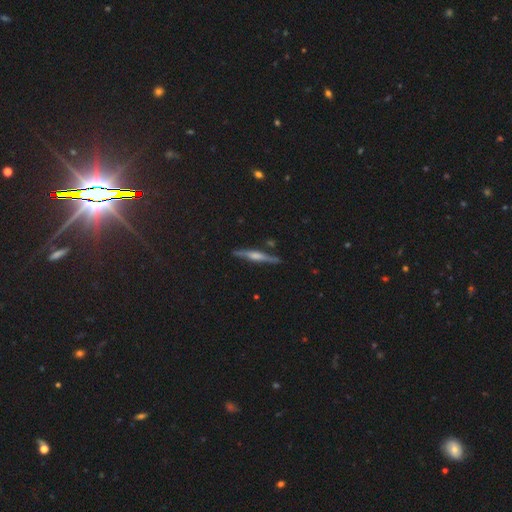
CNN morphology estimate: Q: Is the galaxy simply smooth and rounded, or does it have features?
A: featured or disk — 70%.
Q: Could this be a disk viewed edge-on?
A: yes — 97%.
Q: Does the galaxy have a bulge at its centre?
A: rounded — 65%.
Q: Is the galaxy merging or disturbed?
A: none — 86%.